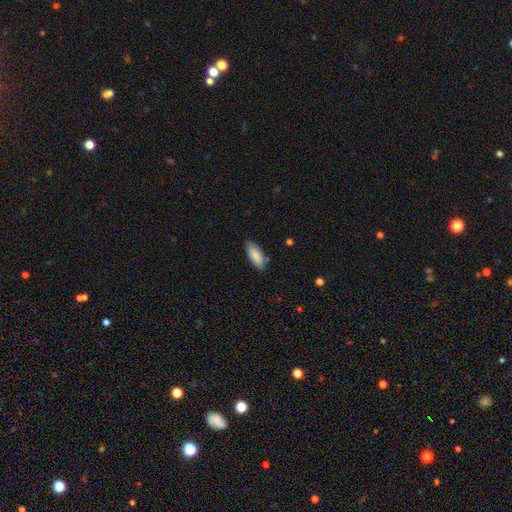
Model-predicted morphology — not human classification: Smooth or featured? smooth (88%)
How rounded? in between (78%)
Merging? none (83%)